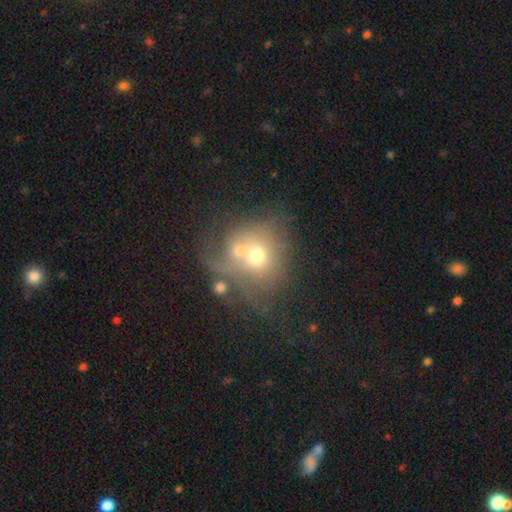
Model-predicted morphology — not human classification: A smooth galaxy with no disk features (50%). Merging: merger (56%).